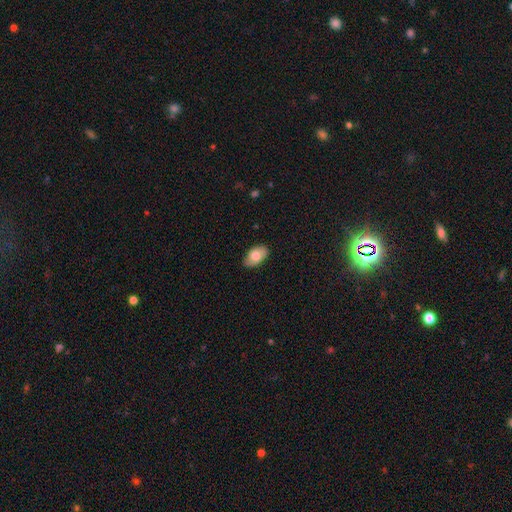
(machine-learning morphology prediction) Overall: smooth (77%). How rounded: in between (93%). Merging: none (84%).